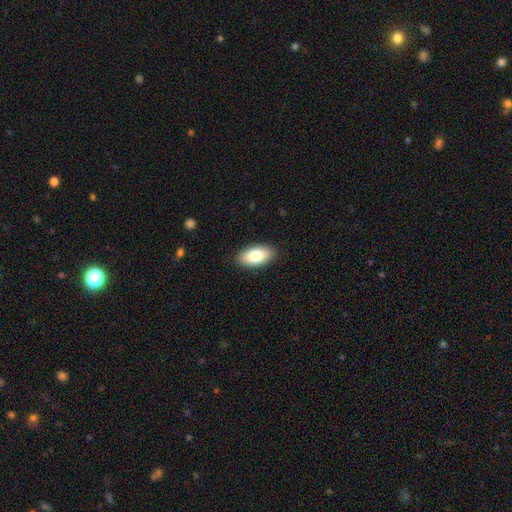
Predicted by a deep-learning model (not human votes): Overall: smooth (81%). How rounded: in between (94%). Merging: none (89%).